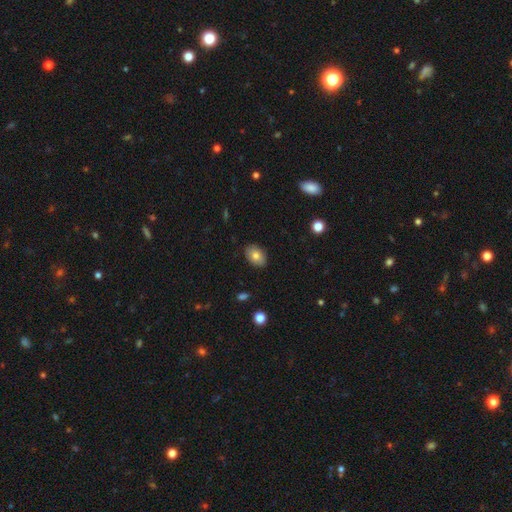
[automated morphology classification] Smooth or featured?
  - smooth: 79% *
  - featured or disk: 13%
  - star or artifact: 8%
How rounded?
  - in between: 81% *
  - round: 18%
  - cigar-shaped: 1%
Merging?
  - none: 86% *
  - minor disturbance: 11%
  - major disturbance: 2%
  - merger: 1%